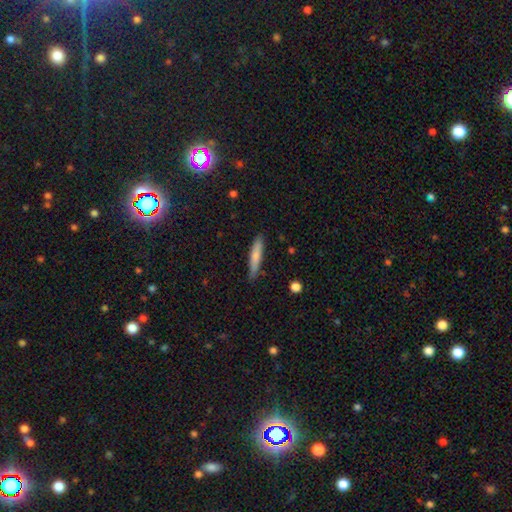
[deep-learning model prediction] Smooth or featured?
  - smooth: 73% *
  - featured or disk: 21%
  - star or artifact: 6%
How rounded?
  - cigar-shaped: 90% *
  - in between: 9%
  - round: 1%
Merging?
  - none: 84% *
  - minor disturbance: 13%
  - major disturbance: 2%
  - merger: 2%